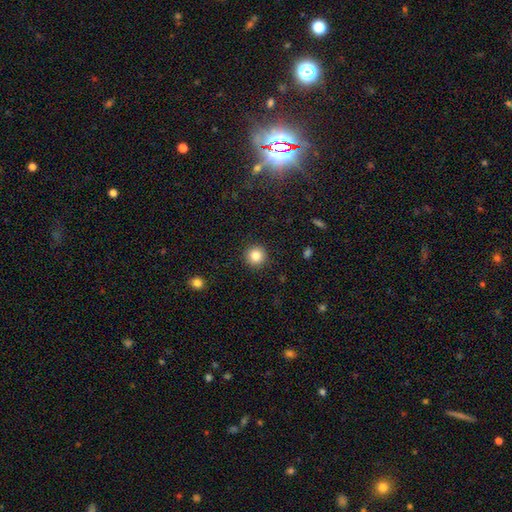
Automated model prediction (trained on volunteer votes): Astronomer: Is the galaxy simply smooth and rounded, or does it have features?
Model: smooth — 84%.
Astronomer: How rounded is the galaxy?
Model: round — 95%.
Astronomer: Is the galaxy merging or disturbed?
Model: none — 92%.